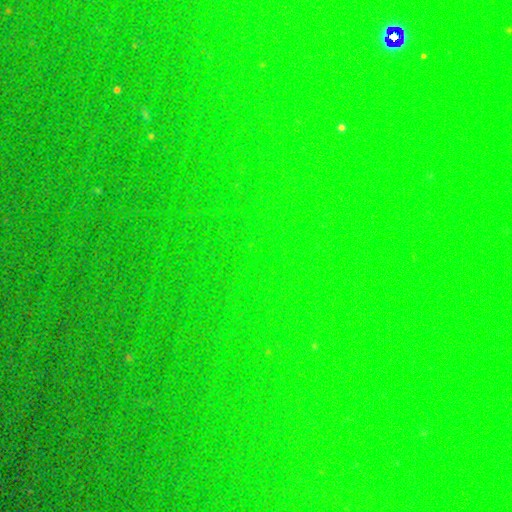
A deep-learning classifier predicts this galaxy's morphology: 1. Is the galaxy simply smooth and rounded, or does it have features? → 80% star or artifact, 12% smooth, 8% featured or disk.